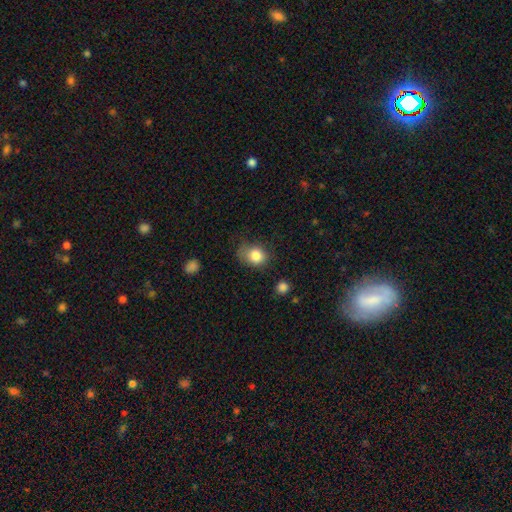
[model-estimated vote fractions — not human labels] A smooth galaxy with no disk features (83%) that is round (59%).

Vote fractions:
- Smooth or featured? smooth: 83% / star or artifact: 10% / featured or disk: 8%
- How rounded? round: 59% / in between: 41% / cigar-shaped: 1%
- Merging? none: 56% / minor disturbance: 30% / major disturbance: 11% / merger: 2%